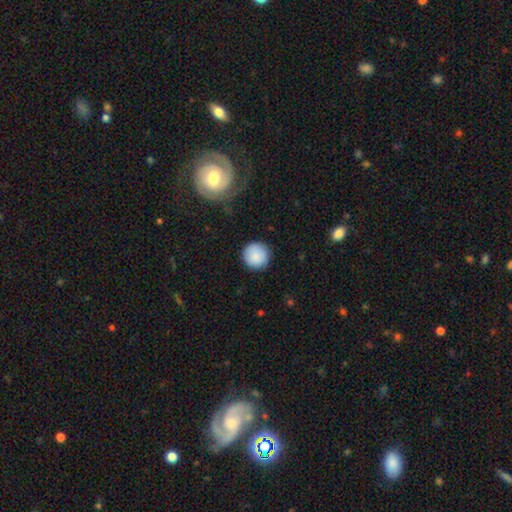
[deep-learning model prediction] This is clearly a smooth galaxy (88%). How rounded: clearly round (95%). Merging: clearly none (89%).